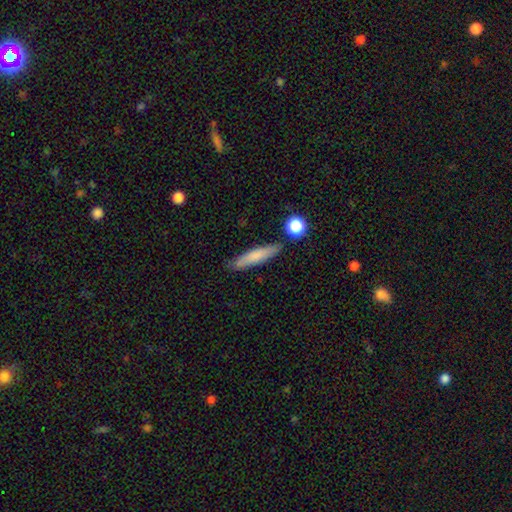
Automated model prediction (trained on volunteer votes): Smooth or featured? smooth (75%)
How rounded? cigar-shaped (86%)
Merging? none (83%)